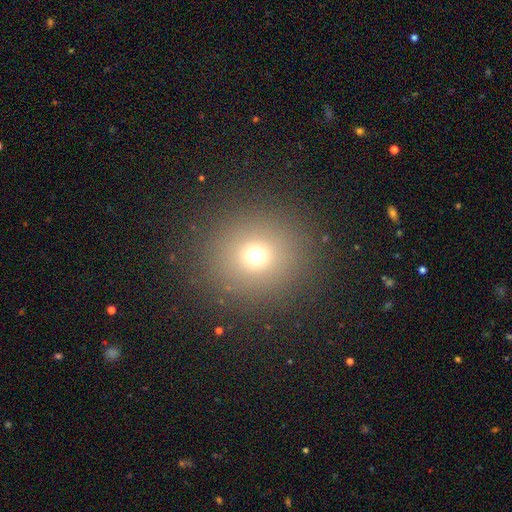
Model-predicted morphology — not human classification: Smooth or featured?
  - smooth: 69% *
  - star or artifact: 22%
  - featured or disk: 10%
How rounded?
  - round: 90% *
  - in between: 9%
  - cigar-shaped: 1%
Merging?
  - none: 88% *
  - minor disturbance: 6%
  - major disturbance: 4%
  - merger: 1%